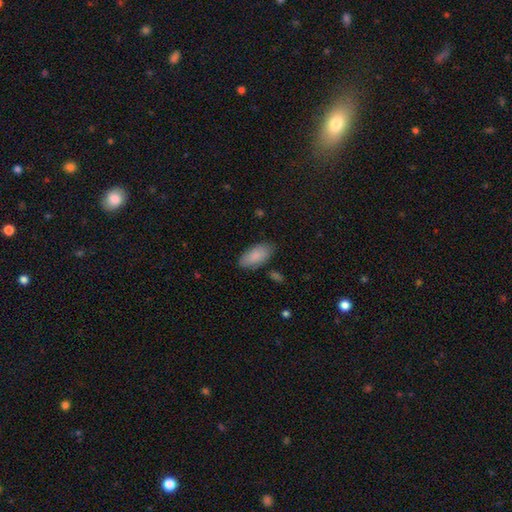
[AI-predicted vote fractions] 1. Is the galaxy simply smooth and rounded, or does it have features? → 87% smooth, 7% featured or disk, 6% star or artifact.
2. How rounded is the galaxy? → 92% in between, 6% cigar-shaped, 2% round.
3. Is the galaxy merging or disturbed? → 80% none, 14% minor disturbance, 3% major disturbance, 3% merger.